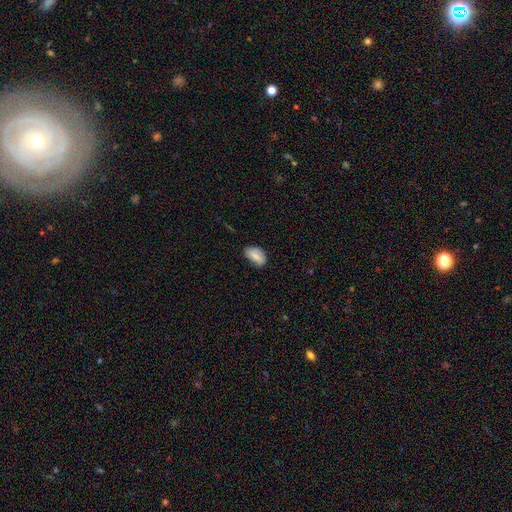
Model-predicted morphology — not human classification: smooth-or-featured: smooth: 80% | featured or disk: 12% | star or artifact: 7%
  how-rounded: in between: 91% | round: 7% | cigar-shaped: 2%
  merging: none: 70% | minor disturbance: 25% | major disturbance: 4% | merger: 1%